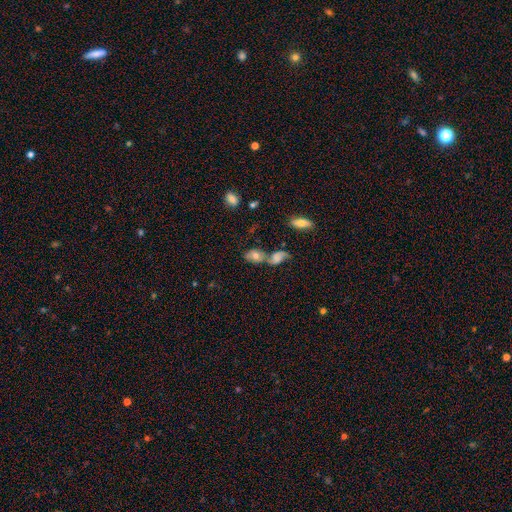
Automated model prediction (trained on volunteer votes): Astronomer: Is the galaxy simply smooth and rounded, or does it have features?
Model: smooth — 57%.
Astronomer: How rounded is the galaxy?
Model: in between — 73%.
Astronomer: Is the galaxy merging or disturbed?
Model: merger — 40% (runner-up: none, 36%).